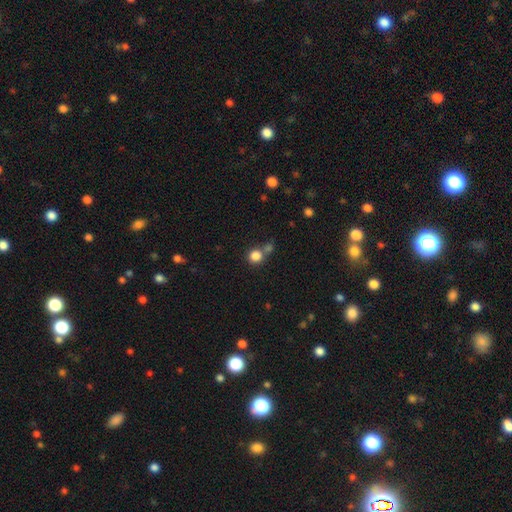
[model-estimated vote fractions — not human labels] Q: Smooth or featured?
A: smooth (83%); runner-up: star or artifact (11%)
Q: How rounded?
A: round (89%); runner-up: in between (10%)
Q: Merging?
A: none (58%); runner-up: merger (29%)